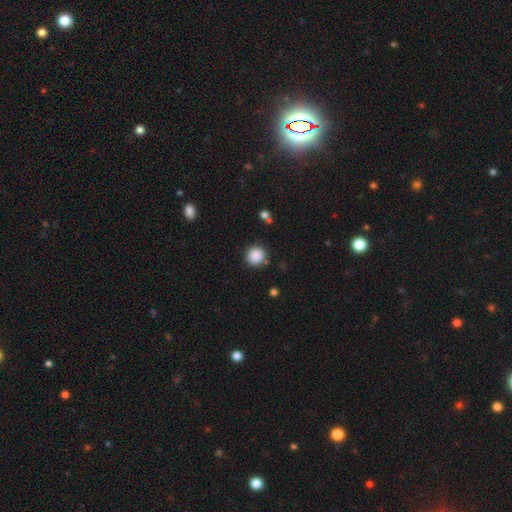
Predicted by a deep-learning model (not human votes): Smooth or featured?
  - smooth: 88% *
  - star or artifact: 9%
  - featured or disk: 3%
How rounded?
  - round: 88% *
  - in between: 11%
  - cigar-shaped: 1%
Merging?
  - none: 84% *
  - minor disturbance: 10%
  - merger: 3%
  - major disturbance: 3%